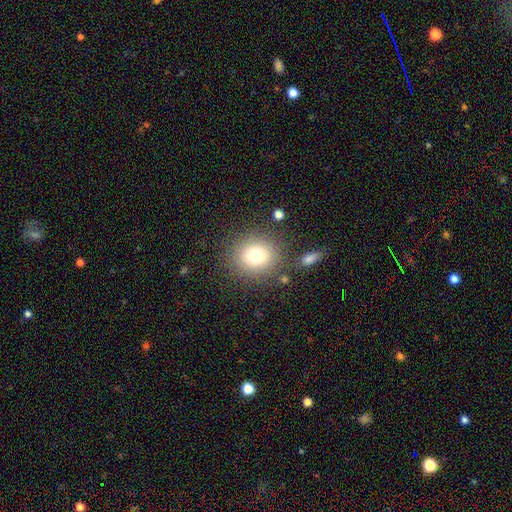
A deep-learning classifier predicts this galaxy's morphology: smooth_or_featured: smooth (p=0.75) [alt: star or artifact p=0.13]
how_rounded: round (p=0.84) [alt: in between p=0.15]
merging: none (p=0.81) [alt: minor disturbance p=0.10]